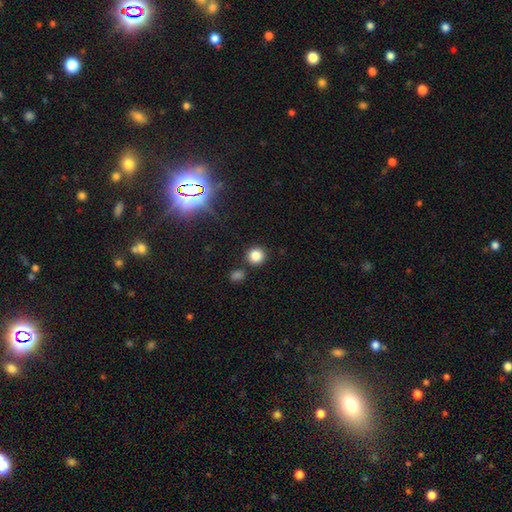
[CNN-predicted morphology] Smooth or featured?
  - smooth: 81% *
  - star or artifact: 14%
  - featured or disk: 5%
How rounded?
  - round: 92% *
  - in between: 7%
  - cigar-shaped: 1%
Merging?
  - none: 85% *
  - minor disturbance: 7%
  - merger: 6%
  - major disturbance: 3%